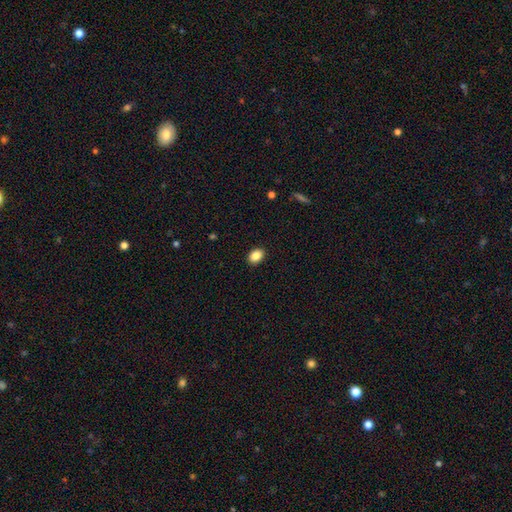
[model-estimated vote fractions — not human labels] The model was most divided on "how rounded": in between: 76%, round: 23%, cigar-shaped: 1%. More confident: merging — none (90%); smooth or featured — smooth (88%).